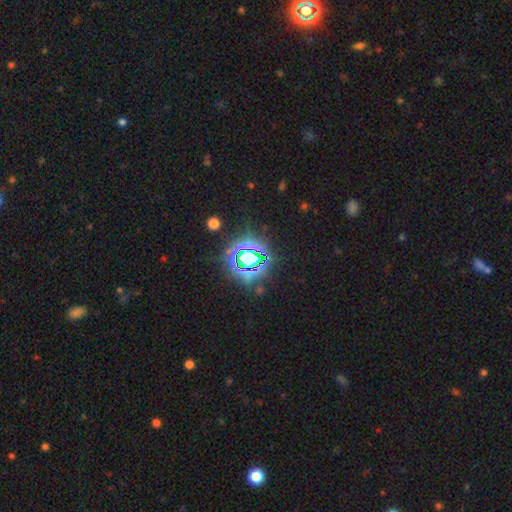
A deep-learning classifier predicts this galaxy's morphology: star or artifact 79%, smooth 13%, featured or disk 8%.